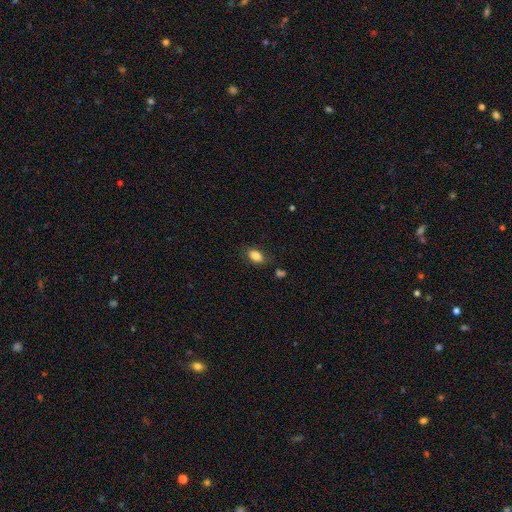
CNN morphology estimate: Smooth or featured? smooth (84%)
How rounded? in between (86%)
Merging? none (77%)